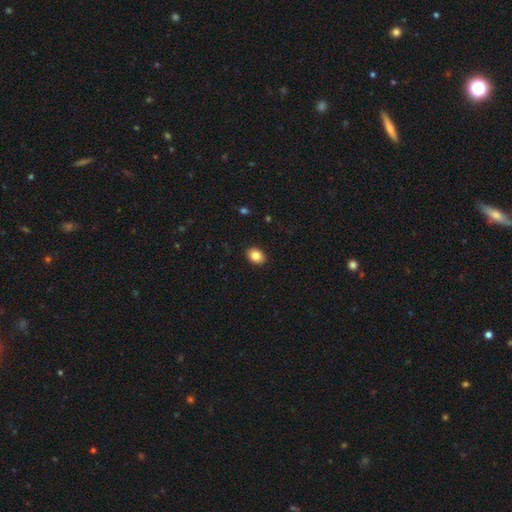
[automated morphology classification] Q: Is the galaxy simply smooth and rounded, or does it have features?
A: smooth — 85%.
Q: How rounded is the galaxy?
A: in between — 69%.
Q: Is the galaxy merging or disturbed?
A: none — 91%.